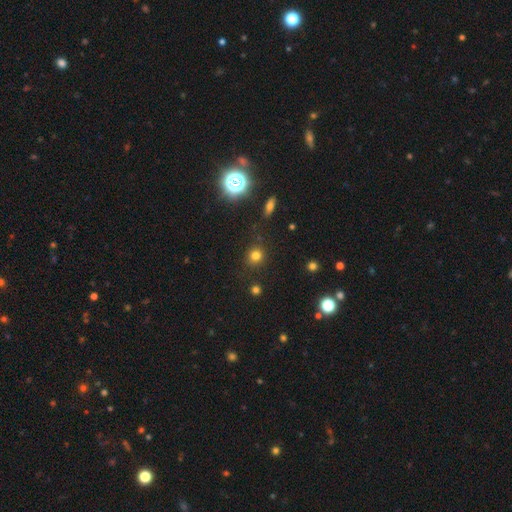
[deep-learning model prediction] The model was most divided on "smooth or featured": smooth: 78%, star or artifact: 17%, featured or disk: 6%. More confident: how rounded — round (89%); merging — none (87%).